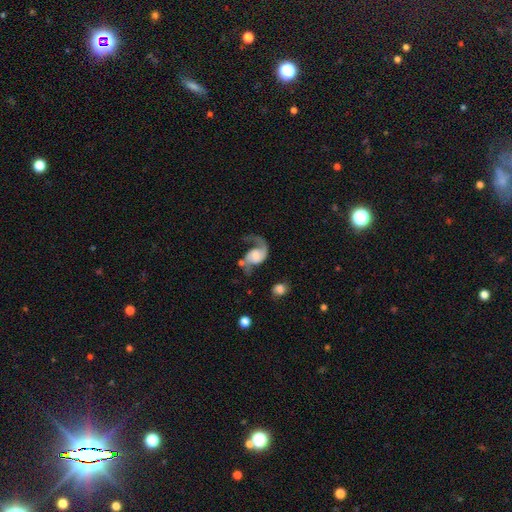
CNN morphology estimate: A featured or disk galaxy (84%) with no bar (59%), 2 (65%) loose (54%) spiral arms (95%) and a small central bulge (35%). Merging: none (40%).